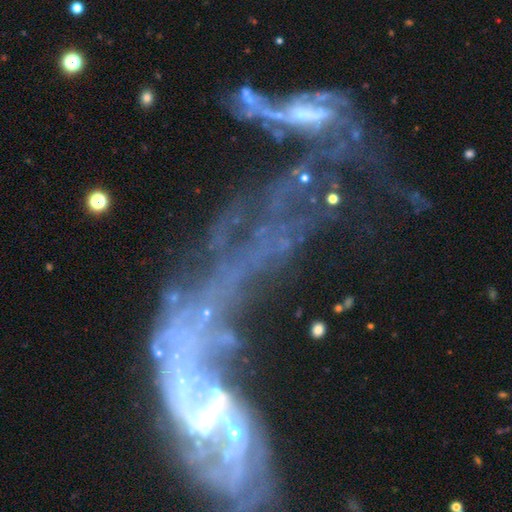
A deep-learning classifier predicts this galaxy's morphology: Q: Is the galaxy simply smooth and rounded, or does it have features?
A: featured or disk — 64%.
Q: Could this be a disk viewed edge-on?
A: no — 84%.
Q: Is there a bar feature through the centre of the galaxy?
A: no — 58%.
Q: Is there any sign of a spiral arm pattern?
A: no — 51%.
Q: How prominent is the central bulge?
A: none — 42%.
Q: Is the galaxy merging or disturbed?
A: merger — 51%.